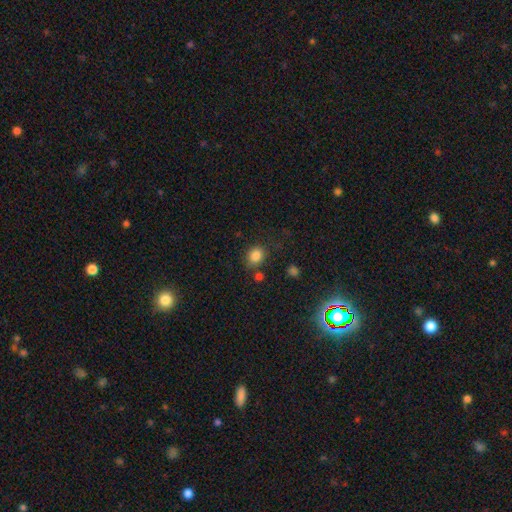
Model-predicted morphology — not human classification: Overall: smooth (84%). How rounded: round (56%; in between 43%). Merging: none (75%).